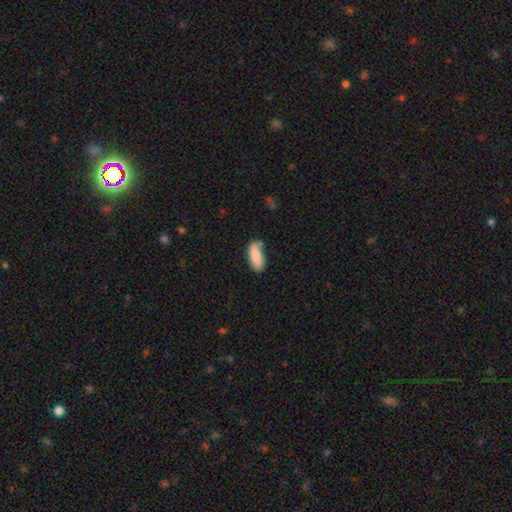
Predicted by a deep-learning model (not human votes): Smooth or featured? smooth (85%)
How rounded? in between (77%)
Merging? none (65%)